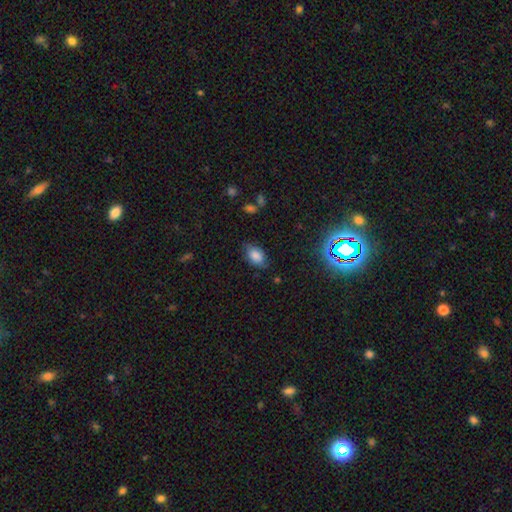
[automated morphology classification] Overall: smooth (82%). How rounded: in between (90%). Merging: none (73%).